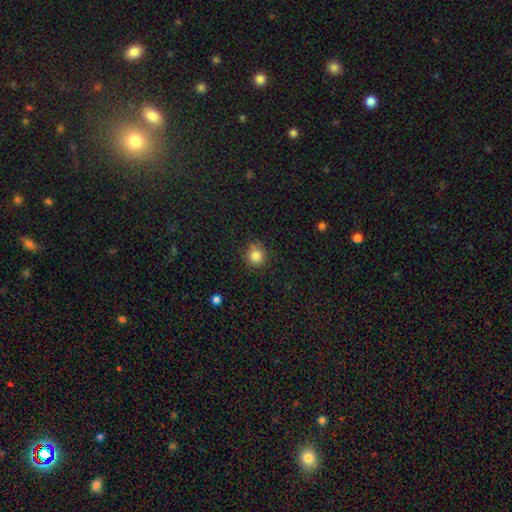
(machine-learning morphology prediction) Smooth or featured?
  - smooth: 84% *
  - star or artifact: 11%
  - featured or disk: 5%
How rounded?
  - round: 90% *
  - in between: 9%
  - cigar-shaped: 1%
Merging?
  - none: 84% *
  - minor disturbance: 12%
  - major disturbance: 3%
  - merger: 2%